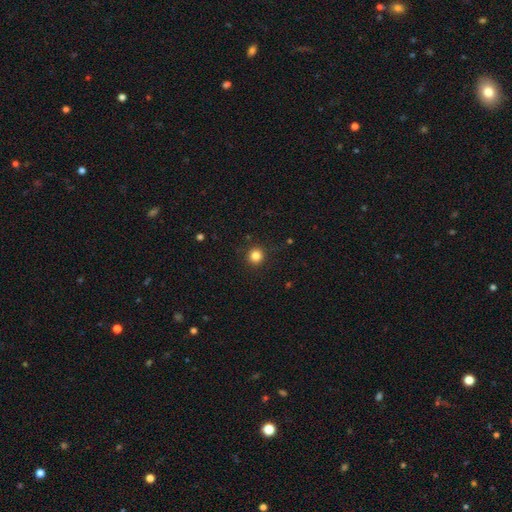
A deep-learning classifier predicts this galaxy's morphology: smooth-or-featured: smooth: 83% | star or artifact: 13% | featured or disk: 4%
  how-rounded: round: 95% | in between: 4% | cigar-shaped: 1%
  merging: none: 91% | minor disturbance: 6% | major disturbance: 2% | merger: 1%